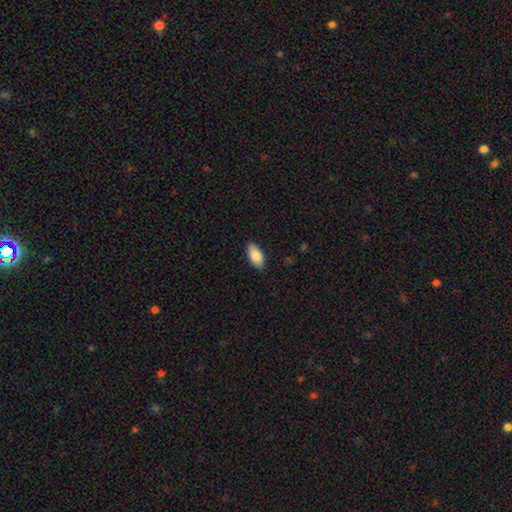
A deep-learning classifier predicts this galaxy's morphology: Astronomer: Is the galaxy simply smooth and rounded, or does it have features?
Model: smooth — 85%.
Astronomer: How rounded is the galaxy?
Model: in between — 93%.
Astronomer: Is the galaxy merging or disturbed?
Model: none — 87%.